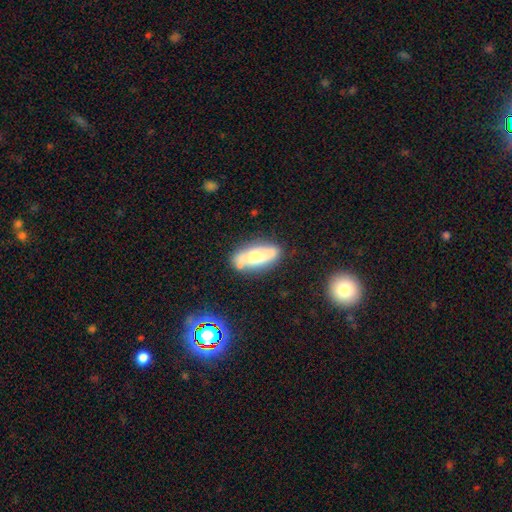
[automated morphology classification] This is possibly a smooth galaxy (56%). How rounded: likely in between (78%). Merging: likely none (70%).